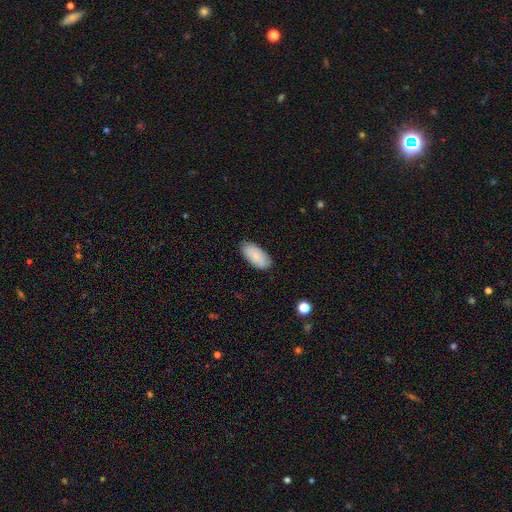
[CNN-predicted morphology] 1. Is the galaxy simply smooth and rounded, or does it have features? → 85% smooth, 8% featured or disk, 6% star or artifact.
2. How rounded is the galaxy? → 94% in between, 4% cigar-shaped, 2% round.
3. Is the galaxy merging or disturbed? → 84% none, 13% minor disturbance, 2% major disturbance, 1% merger.